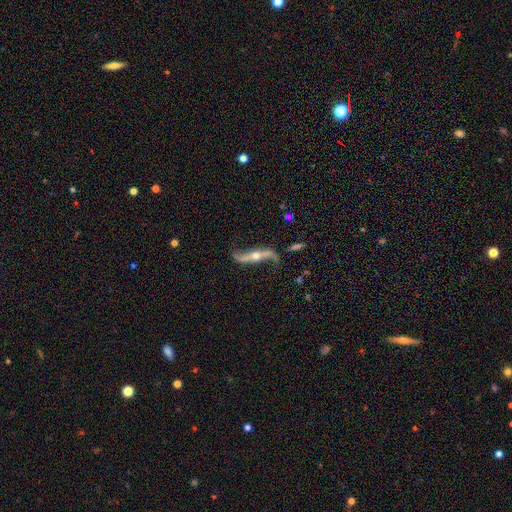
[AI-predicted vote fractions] The model was most divided on "bar": no: 43%, strong: 34%, weak: 22%. More confident: spiral arms — yes (95%); spiral arm count — 2 (93%); spiral winding — loose (90%); smooth or featured — featured or disk (88%); edge-on disk — no (76%); merging — none (72%); bulge size — moderate (53%).